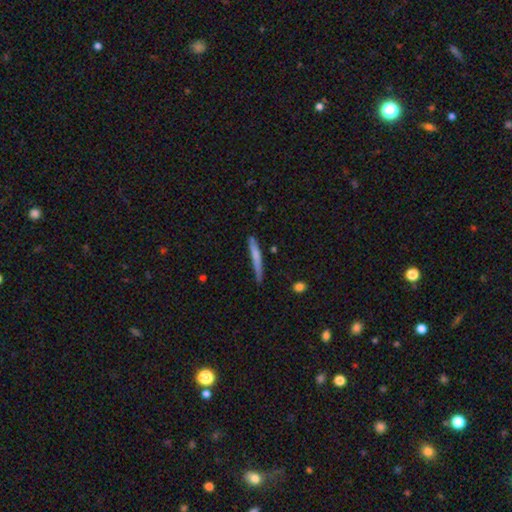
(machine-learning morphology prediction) A smooth galaxy with no disk features (65%) that is cigar-shaped (96%). Merging: none (76%).